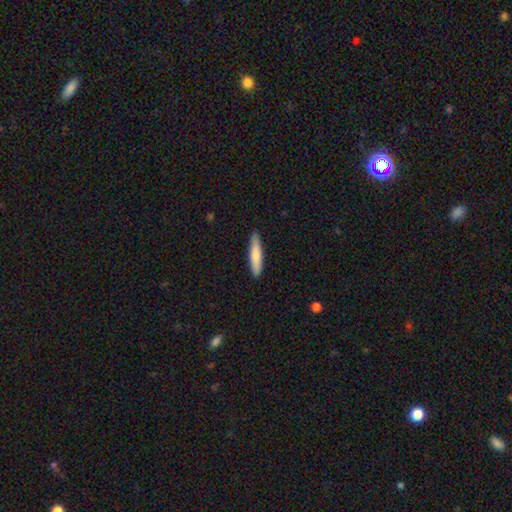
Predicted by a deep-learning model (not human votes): Q: Smooth or featured?
A: smooth (75%); runner-up: featured or disk (19%)
Q: How rounded?
A: cigar-shaped (86%); runner-up: in between (13%)
Q: Merging?
A: none (88%); runner-up: minor disturbance (9%)